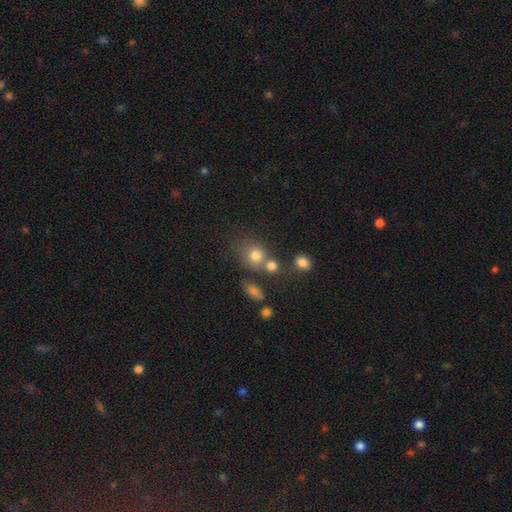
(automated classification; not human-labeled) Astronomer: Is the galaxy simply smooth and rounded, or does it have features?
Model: smooth — 76%.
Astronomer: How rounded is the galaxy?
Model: round — 76%.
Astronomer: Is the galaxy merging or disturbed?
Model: none — 54% (runner-up: merger, 29%).